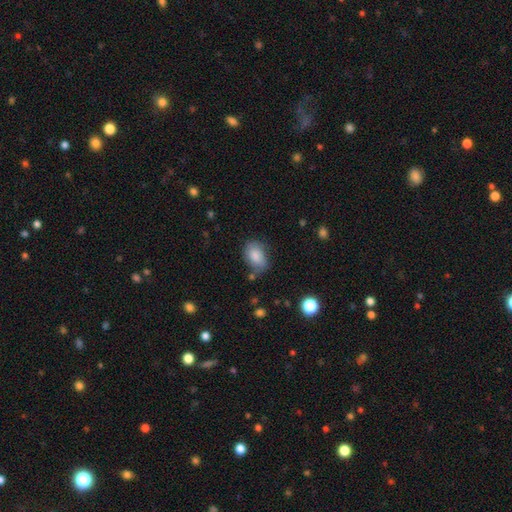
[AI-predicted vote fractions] This is clearly a smooth galaxy (82%). How rounded: clearly in between (86%). Merging: likely none (64%).